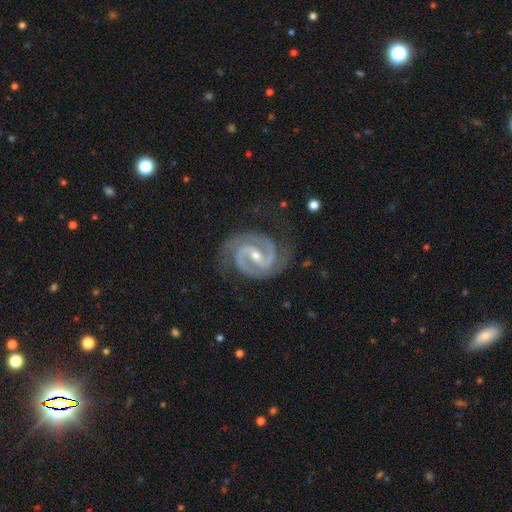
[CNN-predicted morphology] Smooth or featured?
  - featured or disk: 94% *
  - star or artifact: 4%
  - smooth: 2%
Edge-on disk?
  - no: 98% *
  - yes: 2%
Bar?
  - strong: 43% *
  - weak: 41%
  - no: 16%
Spiral arms?
  - yes: 99% *
  - no: 1%
Spiral winding?
  - medium: 54% *
  - tight: 39%
  - loose: 8%
Spiral arm count?
  - 2: 93% *
  - 3: 2%
  - can't tell: 1%
  - 1: 1%
  - 4: 1%
  - more than 4: 1%
Bulge size?
  - small: 54% *
  - moderate: 43%
  - none: 1%
  - large: 1%
  - dominant: 1%
Merging?
  - none: 79% *
  - minor disturbance: 15%
  - major disturbance: 5%
  - merger: 1%